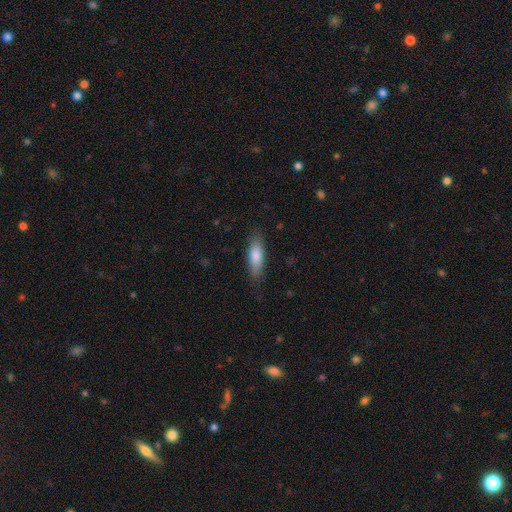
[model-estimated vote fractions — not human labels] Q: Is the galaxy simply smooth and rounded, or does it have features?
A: smooth — 76%.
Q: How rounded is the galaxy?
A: cigar-shaped — 54%.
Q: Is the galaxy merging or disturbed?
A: none — 83%.